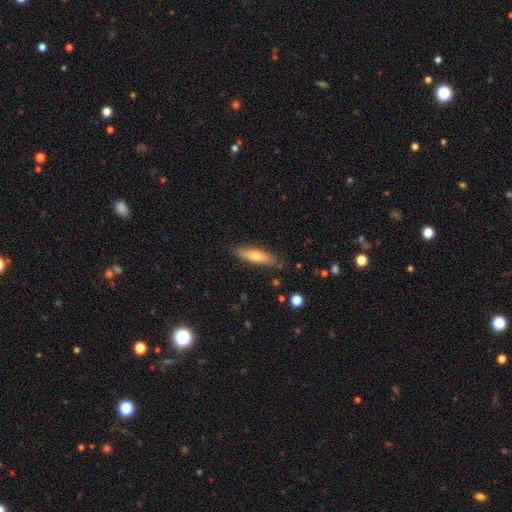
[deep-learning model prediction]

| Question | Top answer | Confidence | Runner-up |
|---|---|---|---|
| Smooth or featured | smooth | 61% | featured or disk (33%) |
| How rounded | cigar-shaped | 71% | in between (27%) |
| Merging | none | 85% | minor disturbance (11%) |